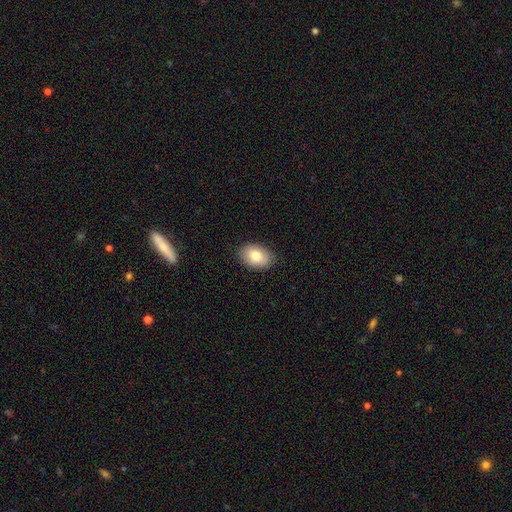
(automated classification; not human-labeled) Overall: smooth (79%). How rounded: in between (84%). Merging: none (87%).